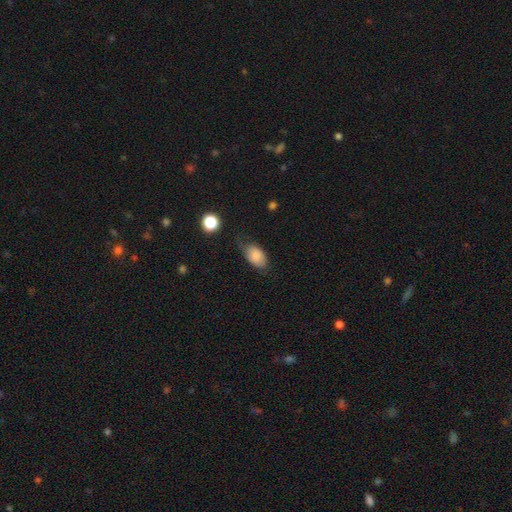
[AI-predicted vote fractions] Smooth or featured?
  - smooth: 82% *
  - featured or disk: 10%
  - star or artifact: 8%
How rounded?
  - in between: 90% *
  - round: 8%
  - cigar-shaped: 2%
Merging?
  - none: 56% *
  - minor disturbance: 32%
  - major disturbance: 10%
  - merger: 2%